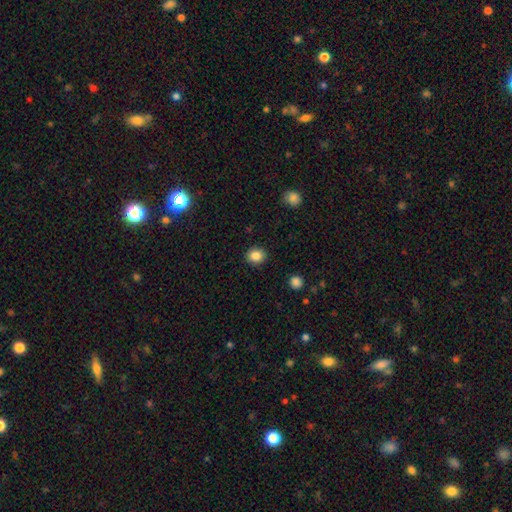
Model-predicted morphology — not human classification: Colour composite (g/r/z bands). It shows a smooth galaxy with no disk features (85%) that is round (75%). Merging: none (91%).